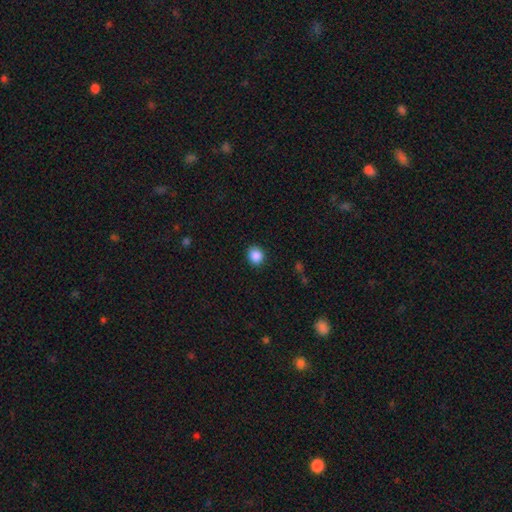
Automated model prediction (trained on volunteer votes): This appears to be a smooth galaxy with no disk features (88%) that is round (81%). Merging: none (89%).